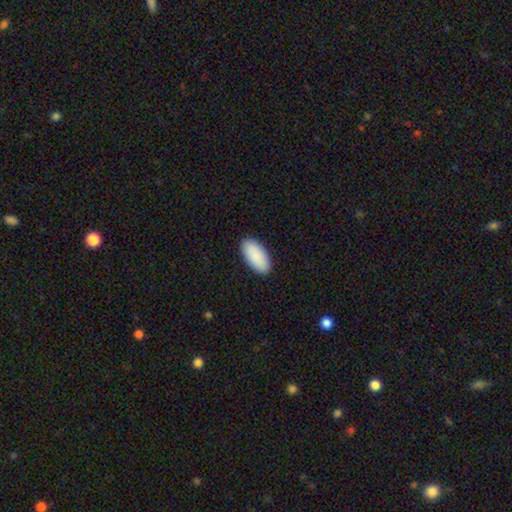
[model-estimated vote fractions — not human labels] Smooth or featured? Predicted: smooth (p=0.91). How rounded? Predicted: in between (p=0.94). Merging? Predicted: none (p=0.90).